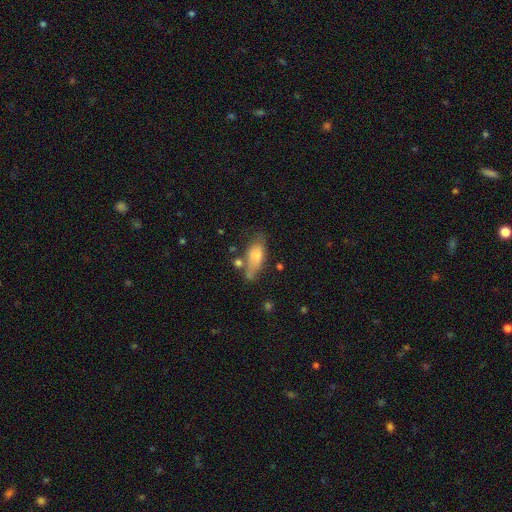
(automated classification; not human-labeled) A smooth galaxy with no disk features (69%) that is in between round and cigar-shaped (75%). Merging: none (49%).